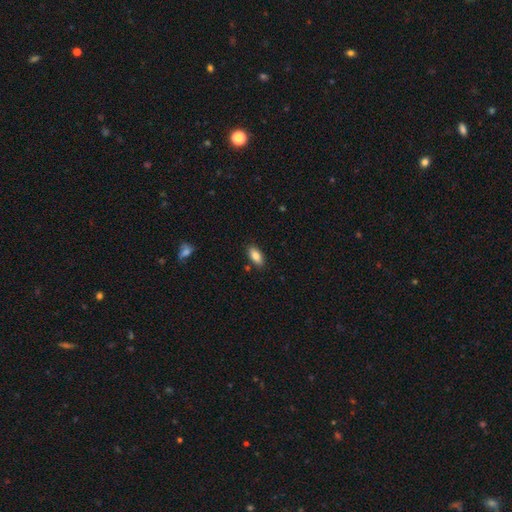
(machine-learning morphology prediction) Smooth or featured? Predicted: smooth (p=0.84). How rounded? Predicted: in between (p=0.90). Merging? Predicted: none (p=0.85).